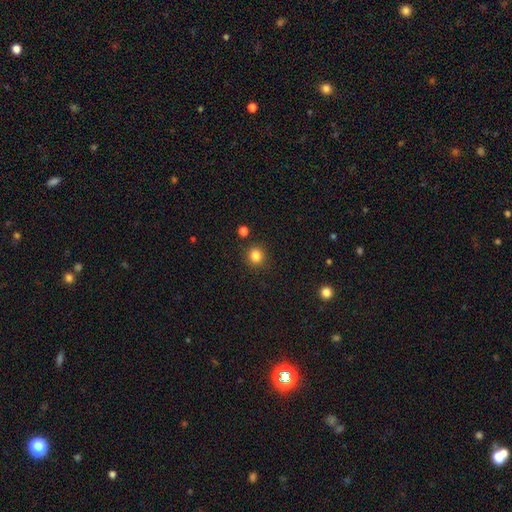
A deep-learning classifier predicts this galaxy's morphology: A smooth galaxy with no disk features (84%) that is round (87%). Merging: none (88%).